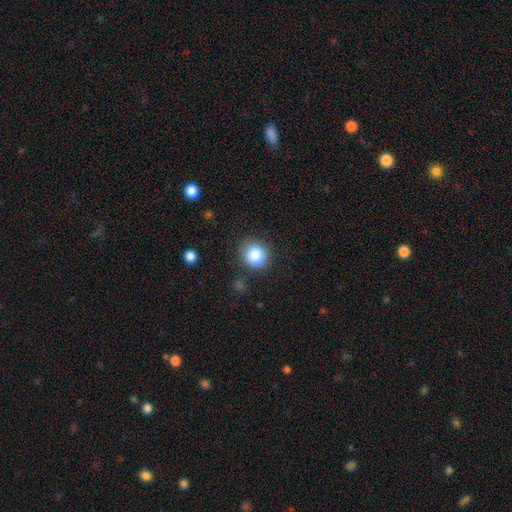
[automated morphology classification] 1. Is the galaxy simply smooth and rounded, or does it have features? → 85% smooth, 10% star or artifact, 6% featured or disk.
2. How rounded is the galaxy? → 84% round, 15% in between, 1% cigar-shaped.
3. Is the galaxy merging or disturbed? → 84% none, 11% minor disturbance, 4% major disturbance, 2% merger.